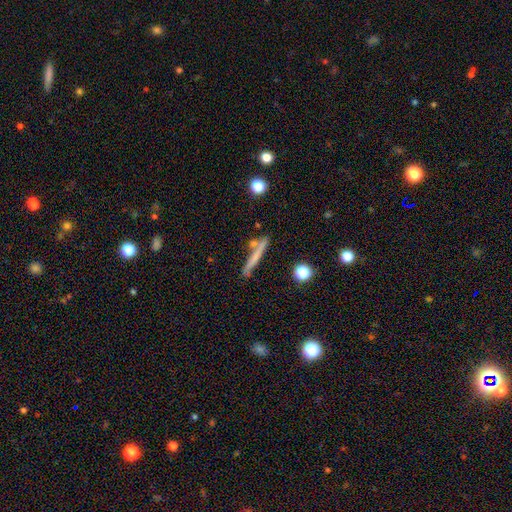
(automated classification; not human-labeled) Smooth or featured? smooth (57%)
How rounded? cigar-shaped (94%)
Merging? none (73%)